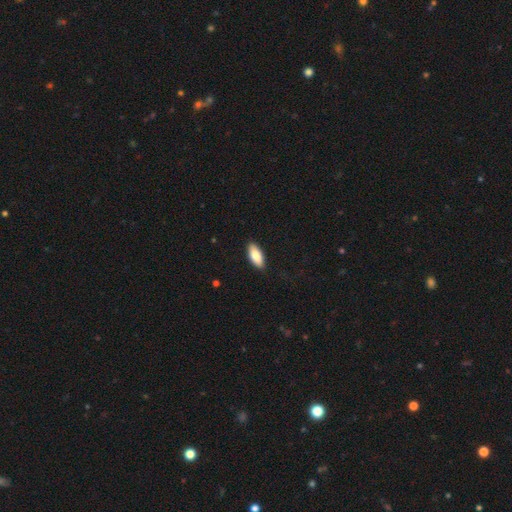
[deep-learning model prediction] Q: Smooth or featured?
A: smooth (84%); runner-up: featured or disk (10%)
Q: How rounded?
A: in between (84%); runner-up: cigar-shaped (14%)
Q: Merging?
A: none (88%); runner-up: minor disturbance (9%)